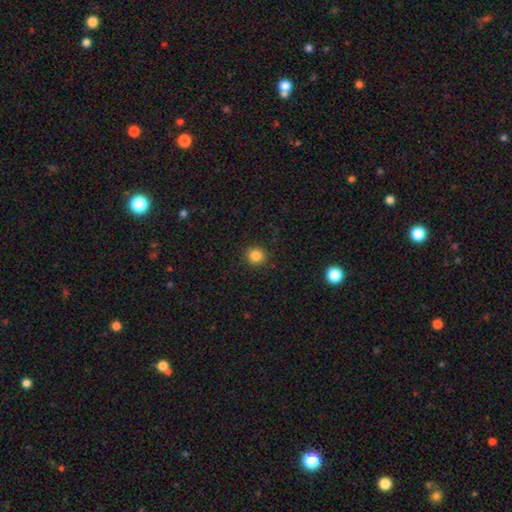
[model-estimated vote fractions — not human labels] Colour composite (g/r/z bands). It shows a smooth galaxy with no disk features (84%) that is round (92%). Merging: none (91%).